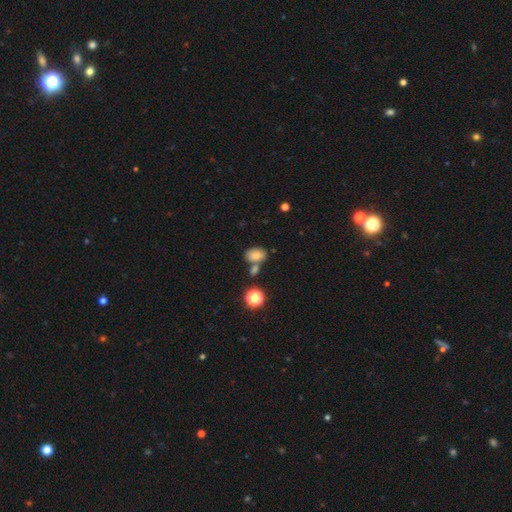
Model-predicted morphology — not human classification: This appears to be a smooth galaxy with no disk features (80%) that is in between round and cigar-shaped (81%). Merging: none (57%).